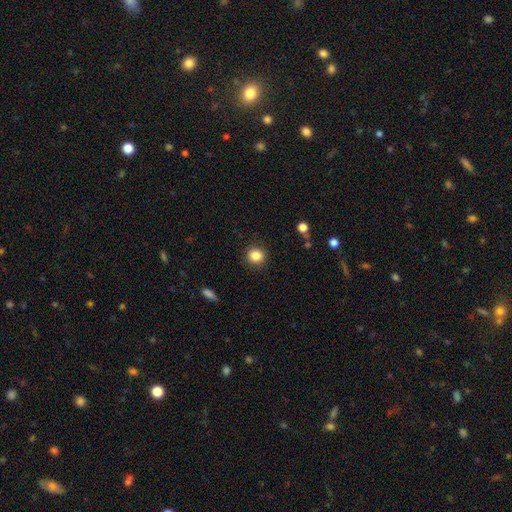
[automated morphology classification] Smooth or featured? Predicted: smooth (p=0.85). How rounded? Predicted: round (p=0.88). Merging? Predicted: none (p=0.90).